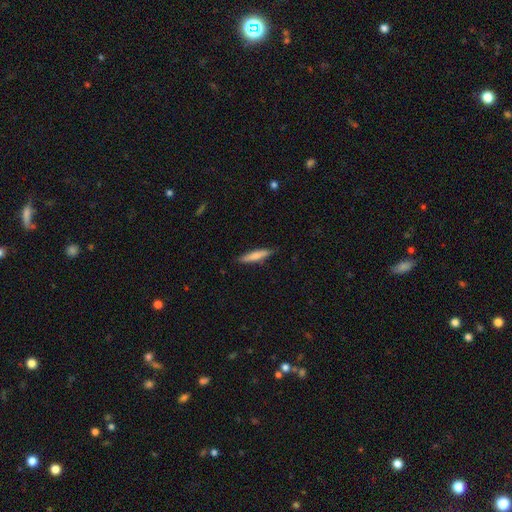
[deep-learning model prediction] Smooth or featured? Predicted: smooth (p=0.73). How rounded? Predicted: cigar-shaped (p=0.87). Merging? Predicted: none (p=0.85).